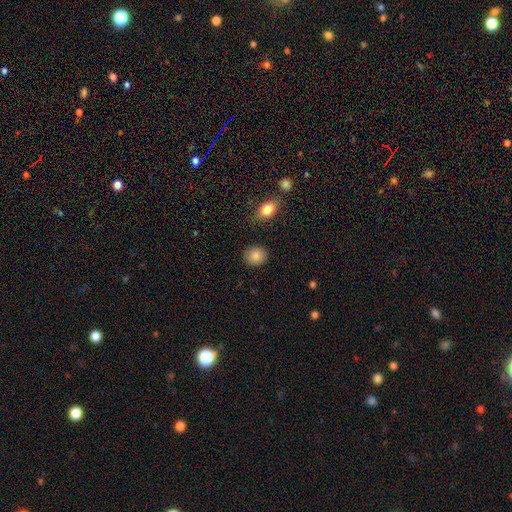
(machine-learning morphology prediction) The model was most divided on "how rounded": round: 68%, in between: 31%, cigar-shaped: 1%. More confident: merging — none (87%); smooth or featured — smooth (86%).